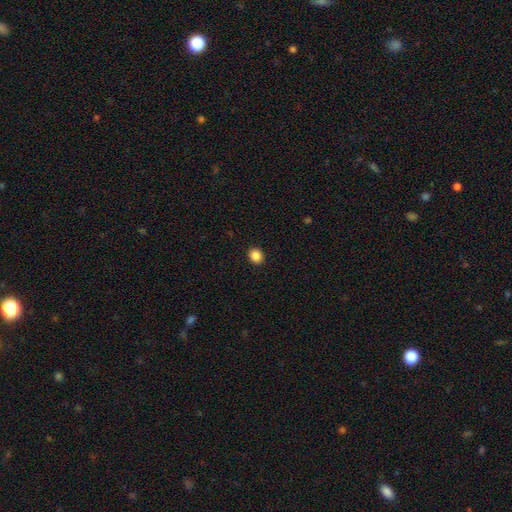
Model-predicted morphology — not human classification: smooth_or_featured: smooth (p=0.87) [alt: star or artifact p=0.10]
how_rounded: round (p=0.64) [alt: in between p=0.35]
merging: none (p=0.92) [alt: minor disturbance p=0.05]